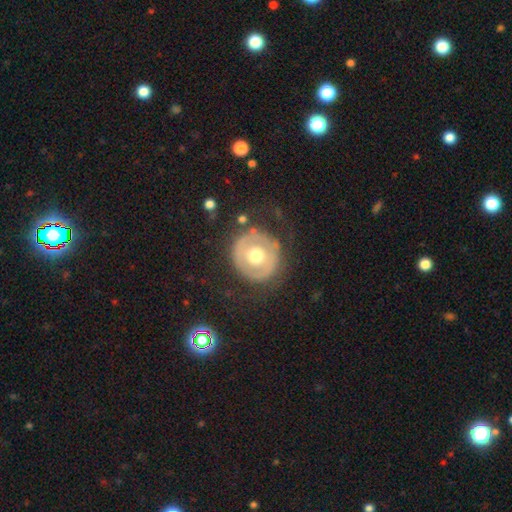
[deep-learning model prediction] A featured or disk galaxy (50%). Merging: none (74%).